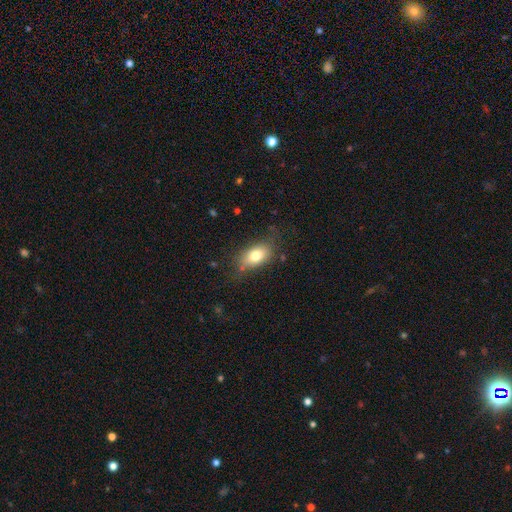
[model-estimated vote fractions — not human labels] The model was most divided on "merging": none: 74%, minor disturbance: 18%, major disturbance: 6%, merger: 2%. More confident: how rounded — in between (88%); smooth or featured — smooth (77%).